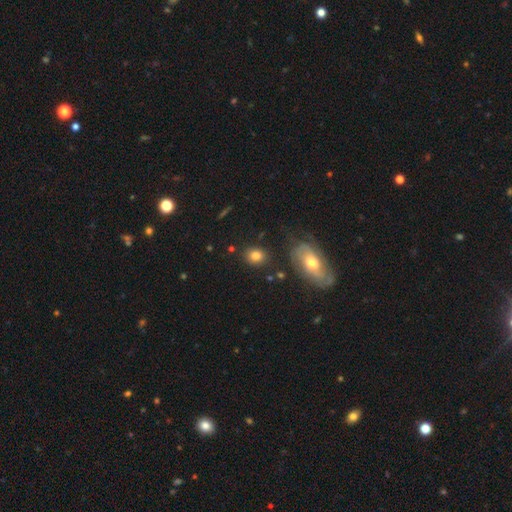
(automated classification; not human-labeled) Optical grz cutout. It shows a smooth galaxy with no disk features (80%) that is round (56%). Merging: none (81%).